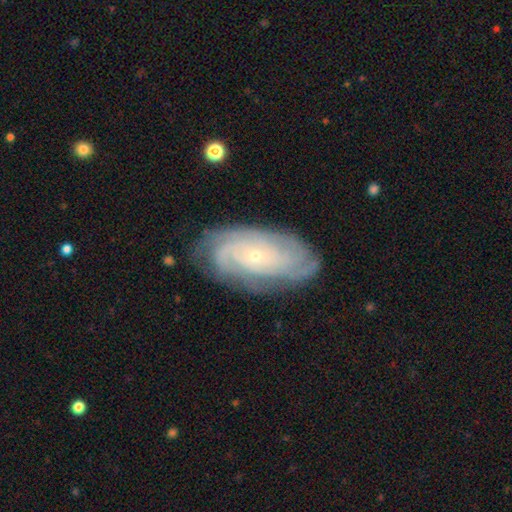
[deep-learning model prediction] smooth_or_featured: featured or disk (p=0.85) [alt: smooth p=0.09]
disk_edge_on: no (p=0.95) [alt: yes p=0.05]
bar: no (p=0.79) [alt: weak p=0.17]
has_spiral_arms: yes (p=0.96) [alt: no p=0.04]
spiral_winding: tight (p=0.75) [alt: medium p=0.20]
spiral_arm_count: can't tell (p=0.32) [alt: 4 p=0.22]
bulge_size: small (p=0.85) [alt: moderate p=0.12]
merging: none (p=0.78) [alt: minor disturbance p=0.16]